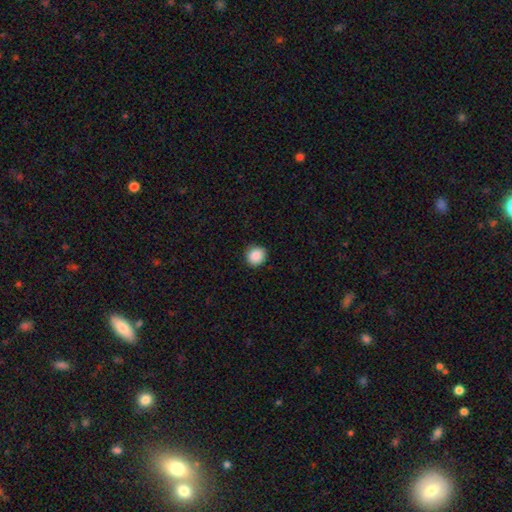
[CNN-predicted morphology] Q: Smooth or featured?
A: smooth (89%); runner-up: star or artifact (8%)
Q: How rounded?
A: round (88%); runner-up: in between (11%)
Q: Merging?
A: none (90%); runner-up: minor disturbance (7%)